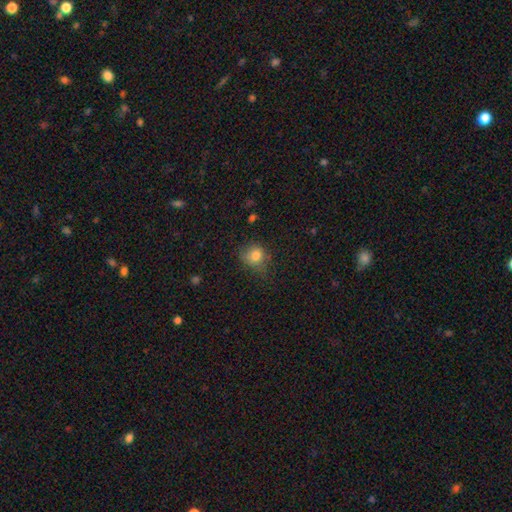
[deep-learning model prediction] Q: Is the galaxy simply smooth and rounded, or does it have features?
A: smooth — 79%.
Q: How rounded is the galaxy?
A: round — 72%.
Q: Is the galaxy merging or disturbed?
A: none — 60%.